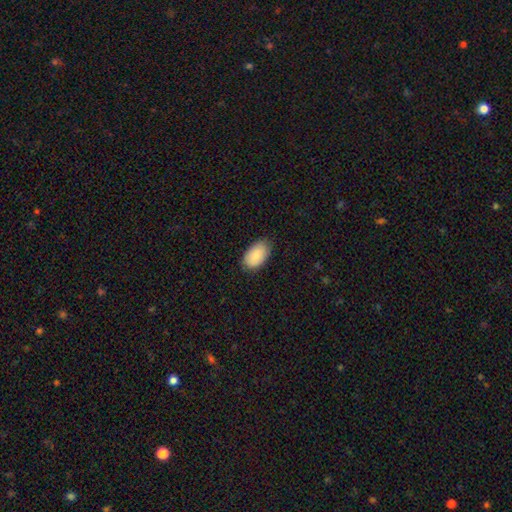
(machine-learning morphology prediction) smooth 87%, featured or disk 6%, star or artifact 6%. Down the decision tree: how rounded — in between (94%); merging — none (81%).